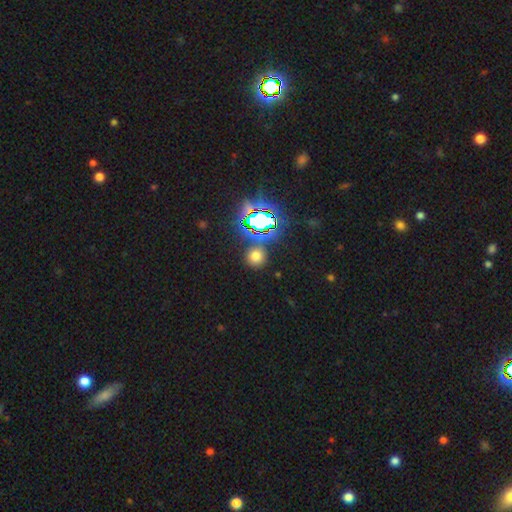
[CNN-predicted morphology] This appears to be a smooth galaxy with no disk features (60%) that is round (89%). Merging: none (80%).